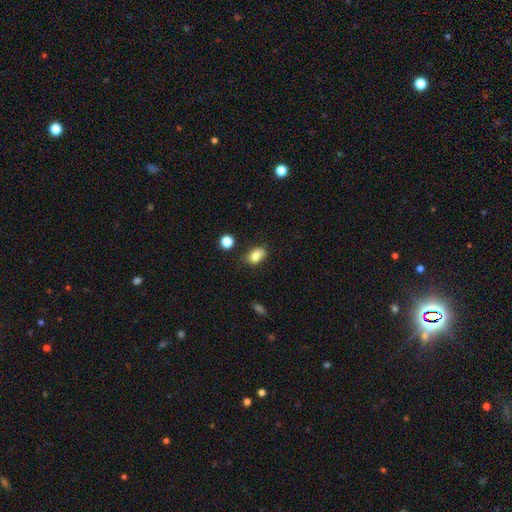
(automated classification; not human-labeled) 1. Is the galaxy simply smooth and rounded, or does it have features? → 82% smooth, 10% star or artifact, 8% featured or disk.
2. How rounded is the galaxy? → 81% in between, 17% round, 2% cigar-shaped.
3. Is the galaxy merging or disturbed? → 61% none, 26% minor disturbance, 7% merger, 6% major disturbance.